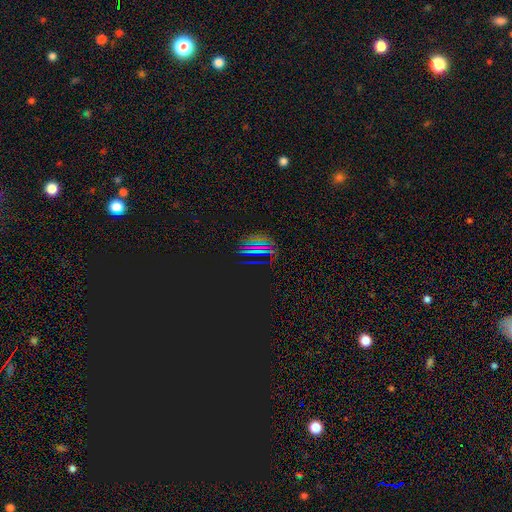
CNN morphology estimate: This is likely a star or artifact rather than a galaxy (61%).